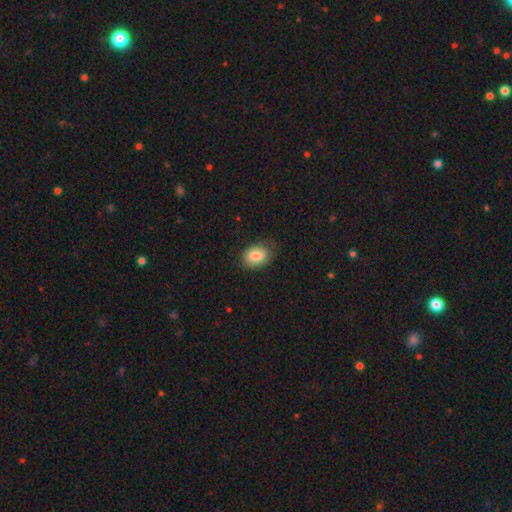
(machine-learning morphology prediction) This is clearly a smooth galaxy (84%). How rounded: likely in between (73%). Merging: likely none (73%).